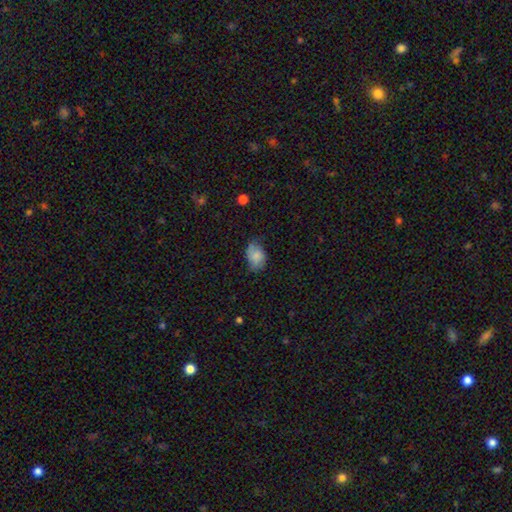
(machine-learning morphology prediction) Smooth or featured? Predicted: smooth (p=0.75). How rounded? Predicted: in between (p=0.81). Merging? Predicted: none (p=0.60).